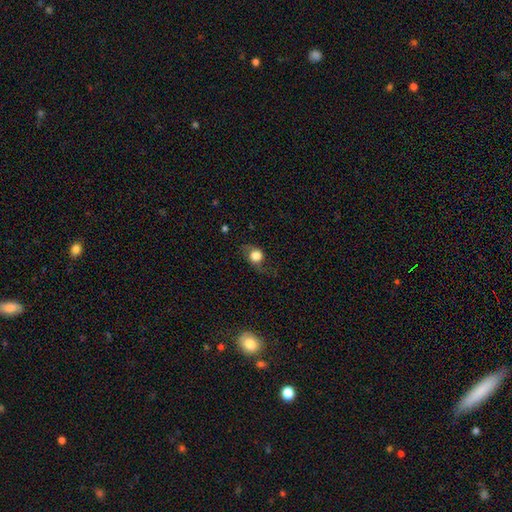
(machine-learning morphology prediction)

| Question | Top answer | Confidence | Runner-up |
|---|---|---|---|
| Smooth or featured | smooth | 68% | featured or disk (22%) |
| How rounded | round | 70% | in between (29%) |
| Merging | none | 59% | minor disturbance (23%) |